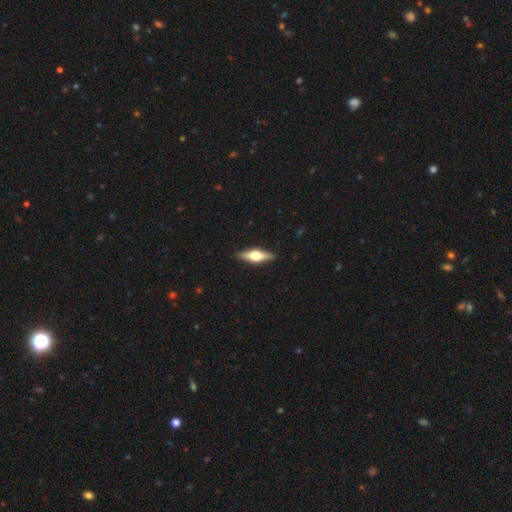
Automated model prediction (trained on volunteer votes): smooth-or-featured: featured or disk: 62% | smooth: 32% | star or artifact: 5%
  disk-edge-on: yes: 96% | no: 4%
    edge-on-bulge: rounded: 95% | boxy: 3% | none: 1%
  merging: none: 91% | minor disturbance: 7% | major disturbance: 1% | merger: 1%